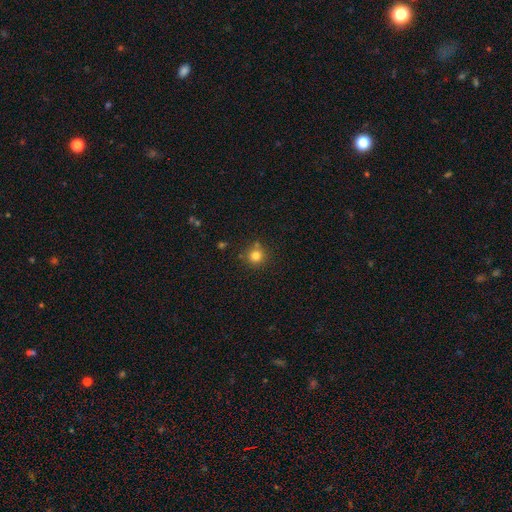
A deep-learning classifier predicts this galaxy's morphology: Overall: smooth (81%). How rounded: round (93%). Merging: none (78%).